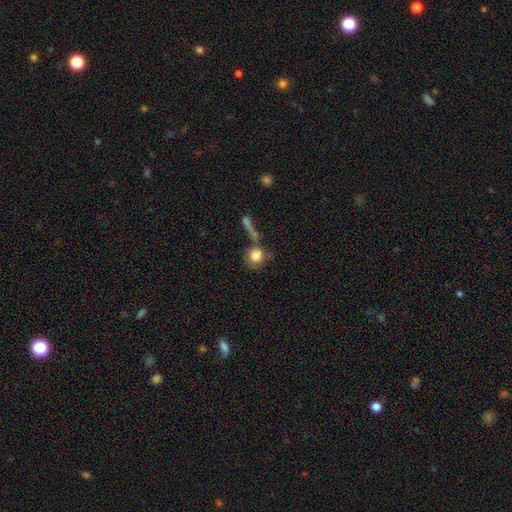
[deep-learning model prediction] Overall: smooth (78%). How rounded: round (80%). Merging: none (45%; merger 27%).